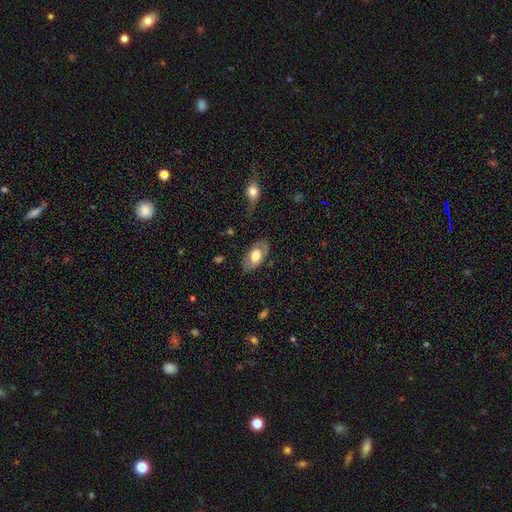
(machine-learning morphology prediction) Q: Smooth or featured?
A: smooth (57%); runner-up: featured or disk (37%)
Q: How rounded?
A: in between (93%); runner-up: round (5%)
Q: Merging?
A: none (78%); runner-up: minor disturbance (16%)